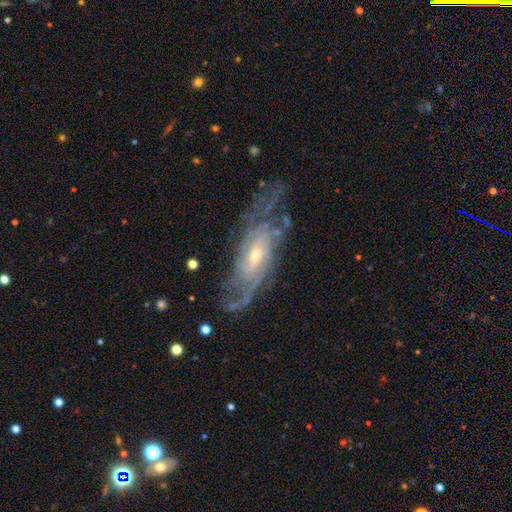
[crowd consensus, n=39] smooth_or_featured: featured or disk (p=0.90) [alt: smooth p=0.08]
disk_edge_on: no (p=0.74) [alt: yes p=0.26]
bar: no (p=0.46) [alt: weak p=0.35]
has_spiral_arms: yes (p=0.92) [alt: no p=0.08]
spiral_winding: tight (p=0.58) [alt: loose p=0.25]
spiral_arm_count: 2 (p=0.42) [alt: can't tell p=0.38]
bulge_size: moderate (p=0.46) [tied with: small p=0.46]
merging: none (p=0.55) [alt: minor disturbance p=0.21]